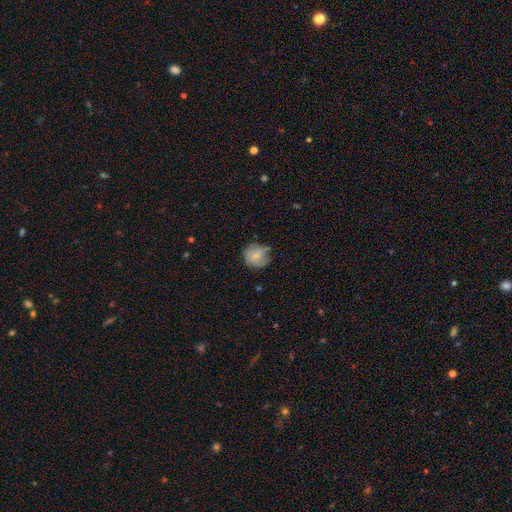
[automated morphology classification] Q: Smooth or featured?
A: smooth (64%); runner-up: featured or disk (28%)
Q: How rounded?
A: round (84%); runner-up: in between (15%)
Q: Merging?
A: none (65%); runner-up: minor disturbance (25%)